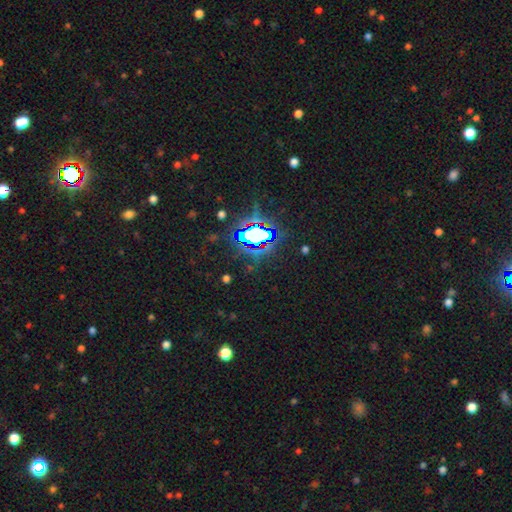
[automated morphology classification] Smooth or featured? star or artifact (80%)